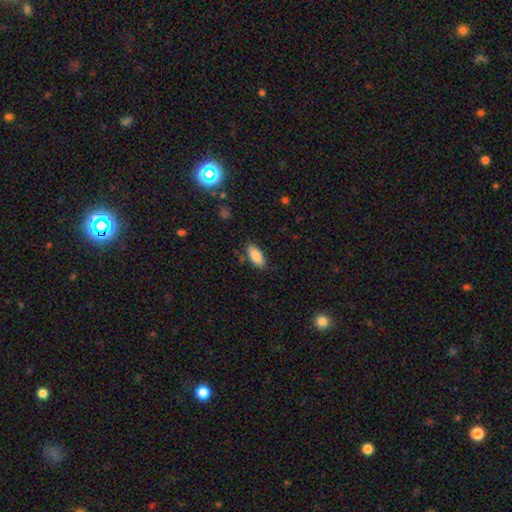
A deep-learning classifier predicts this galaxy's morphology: A smooth galaxy with no disk features (85%) that is in between round and cigar-shaped (89%).

Vote fractions:
- Smooth or featured? smooth: 85% / featured or disk: 8% / star or artifact: 7%
- How rounded? in between: 89% / cigar-shaped: 9% / round: 2%
- Merging? none: 84% / minor disturbance: 11% / major disturbance: 3% / merger: 2%